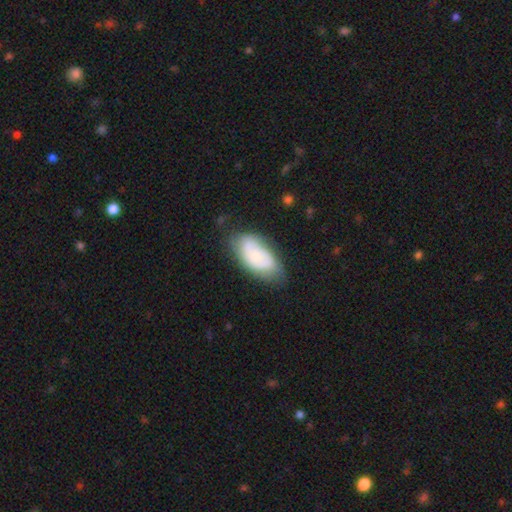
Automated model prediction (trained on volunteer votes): smooth_or_featured: smooth (p=0.49) [alt: featured or disk p=0.44]
merging: none (p=0.65) [alt: minor disturbance p=0.26]